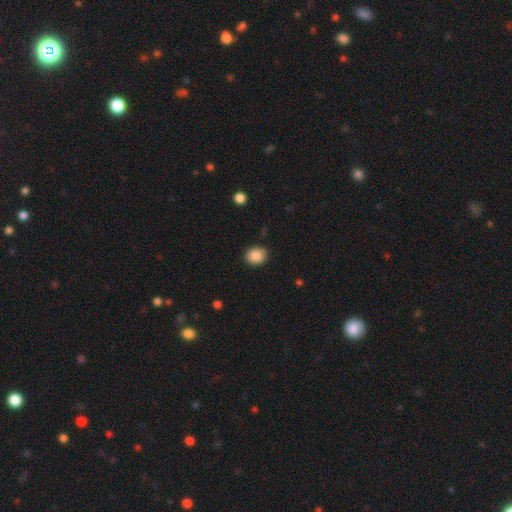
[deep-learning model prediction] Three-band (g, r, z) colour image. It shows a smooth galaxy with no disk features (87%) that is round (61%). Merging: none (89%).